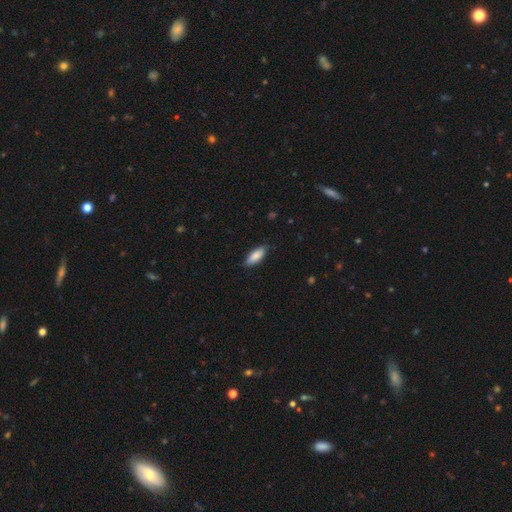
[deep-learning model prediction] Morphology: type=smooth (85%); roundness=in between (71%); merging=none (84%).